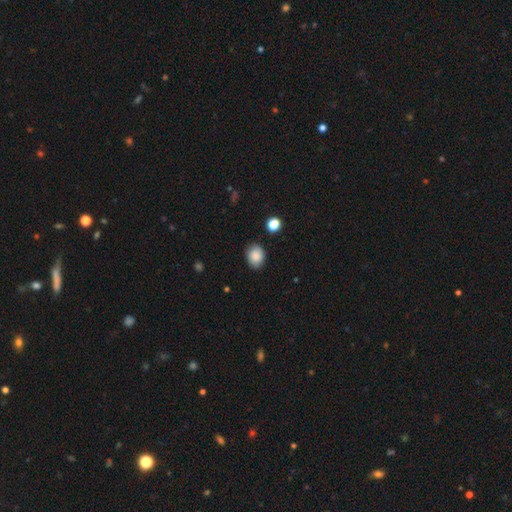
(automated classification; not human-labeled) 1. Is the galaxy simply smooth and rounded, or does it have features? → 87% smooth, 8% star or artifact, 5% featured or disk.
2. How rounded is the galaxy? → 57% in between, 42% round, 1% cigar-shaped.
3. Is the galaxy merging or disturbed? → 84% none, 12% minor disturbance, 3% major disturbance, 2% merger.